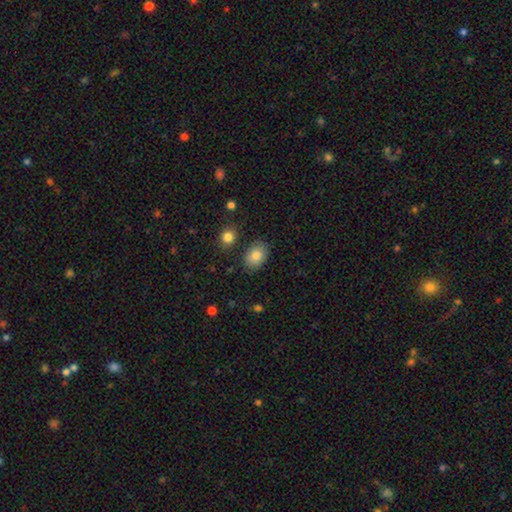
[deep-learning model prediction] This appears to be a smooth galaxy with no disk features (84%) that is in between round and cigar-shaped (82%). Merging: none (82%).